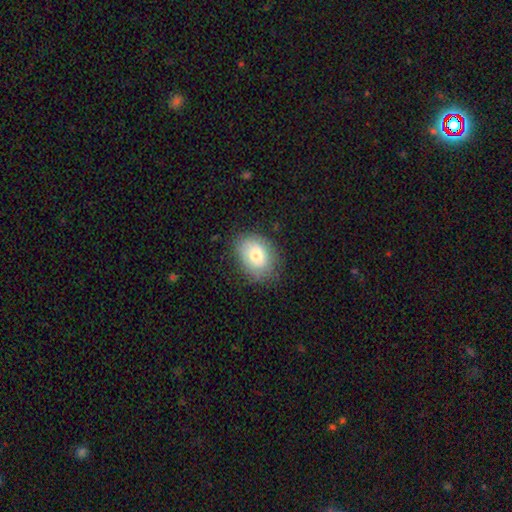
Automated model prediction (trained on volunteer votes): A smooth galaxy with no disk features (75%) that is in between round and cigar-shaped (69%).

Vote fractions:
- Smooth or featured? smooth: 75% / featured or disk: 17% / star or artifact: 8%
- How rounded? in between: 69% / round: 30% / cigar-shaped: 1%
- Merging? none: 74% / minor disturbance: 19% / major disturbance: 6% / merger: 1%